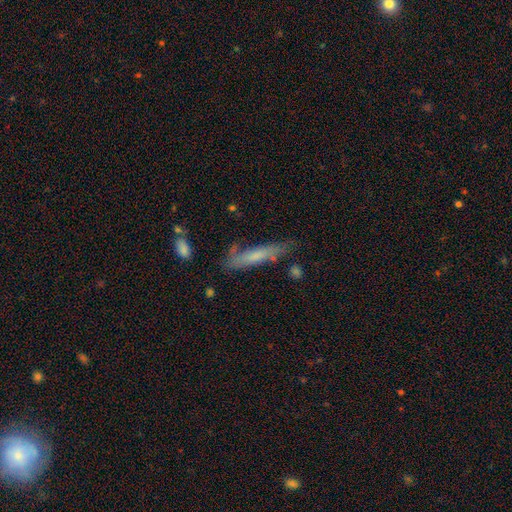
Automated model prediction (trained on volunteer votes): This appears to be a smooth galaxy with no disk features (54%) that is cigar-shaped (84%). Merging: none (61%).